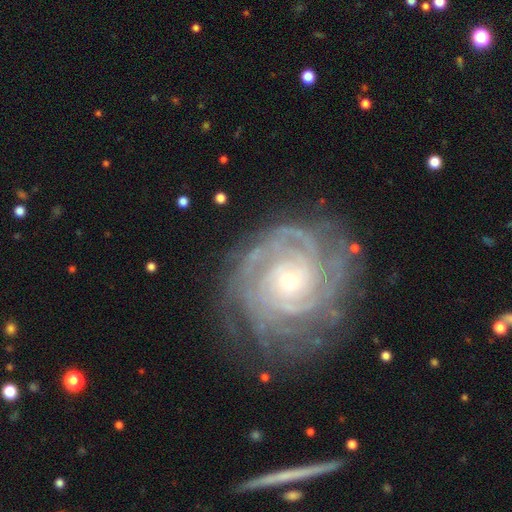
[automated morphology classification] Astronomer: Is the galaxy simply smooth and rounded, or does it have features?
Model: featured or disk — 89%.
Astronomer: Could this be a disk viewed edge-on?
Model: no — 97%.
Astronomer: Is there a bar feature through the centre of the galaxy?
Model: no — 78%.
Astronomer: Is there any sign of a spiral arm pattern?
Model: yes — 98%.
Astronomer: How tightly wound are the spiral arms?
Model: tight — 80%.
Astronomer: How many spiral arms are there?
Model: can't tell — 25% (runner-up: 4, 21%).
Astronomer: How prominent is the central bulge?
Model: small — 74%.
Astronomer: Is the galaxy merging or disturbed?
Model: none — 77%.